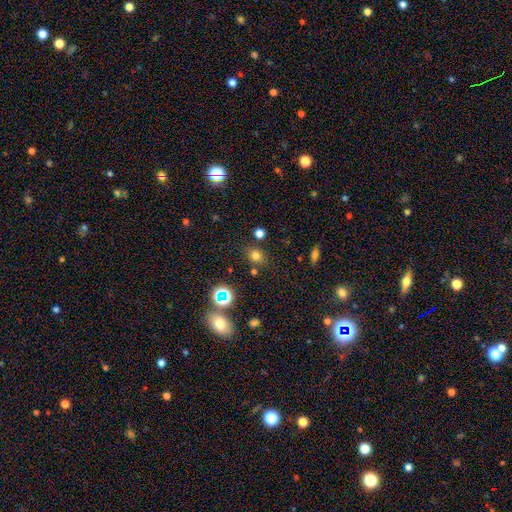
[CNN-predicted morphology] type=smooth (70%); roundness=round (54%); merging=none (78%).